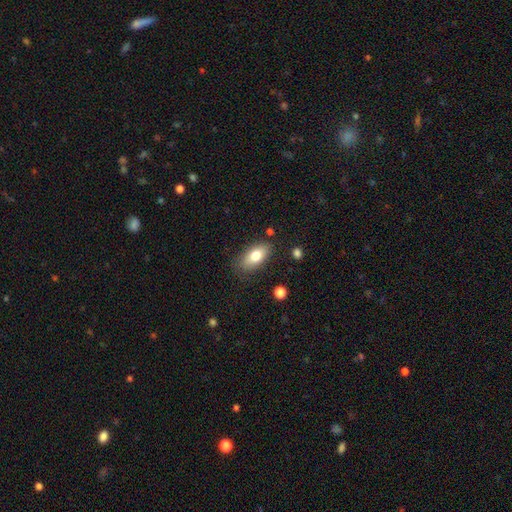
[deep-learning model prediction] A smooth galaxy with no disk features (77%) that is in between round and cigar-shaped (88%). Merging: none (81%).